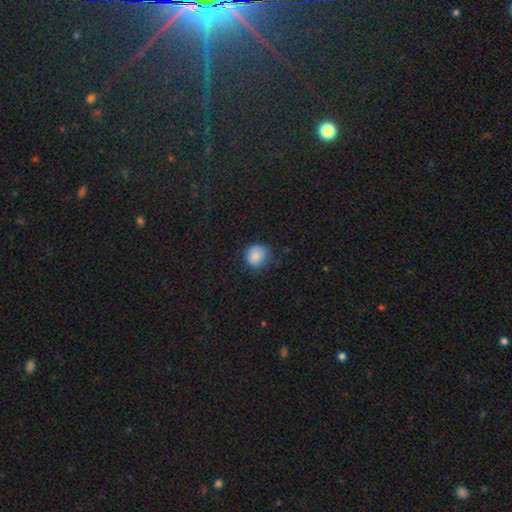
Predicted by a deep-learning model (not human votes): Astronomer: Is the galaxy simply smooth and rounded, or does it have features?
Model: smooth — 83%.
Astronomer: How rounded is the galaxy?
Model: round — 82%.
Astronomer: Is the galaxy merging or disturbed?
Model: none — 59%.